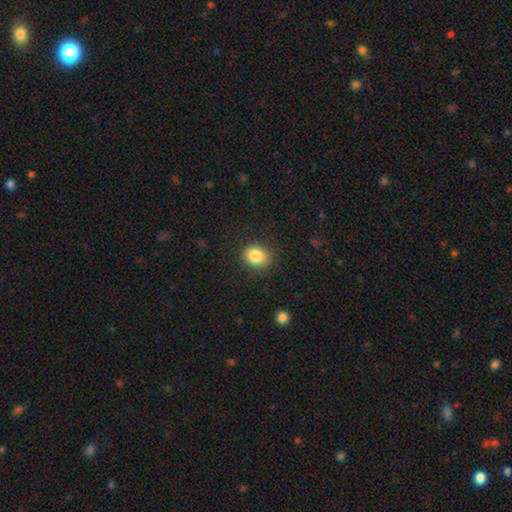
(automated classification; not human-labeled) Morphology: type=smooth (86%); roundness=round (53%); merging=none (85%).